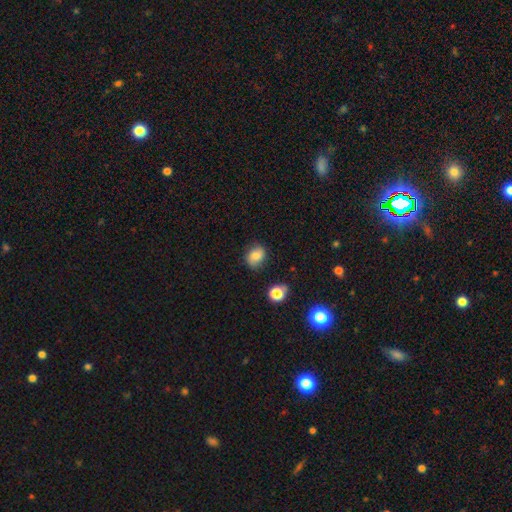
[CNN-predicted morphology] Q: Smooth or featured?
A: smooth (76%); runner-up: featured or disk (13%)
Q: How rounded?
A: in between (52%); runner-up: round (47%)
Q: Merging?
A: none (78%); runner-up: minor disturbance (17%)